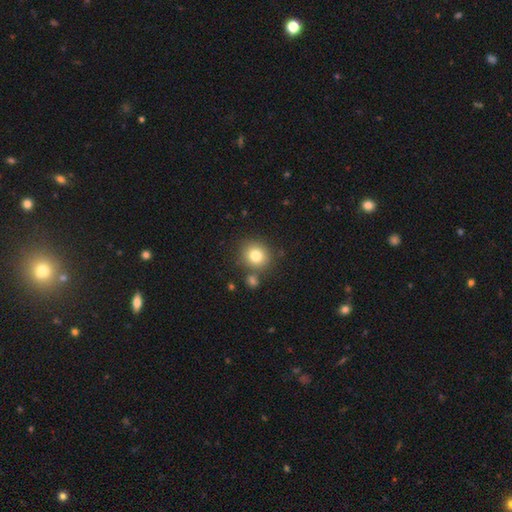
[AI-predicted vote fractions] A smooth galaxy with no disk features (80%) that is round (80%).

Vote fractions:
- Smooth or featured? smooth: 80% / star or artifact: 11% / featured or disk: 9%
- How rounded? round: 80% / in between: 19% / cigar-shaped: 1%
- Merging? none: 76% / merger: 10% / minor disturbance: 10% / major disturbance: 3%